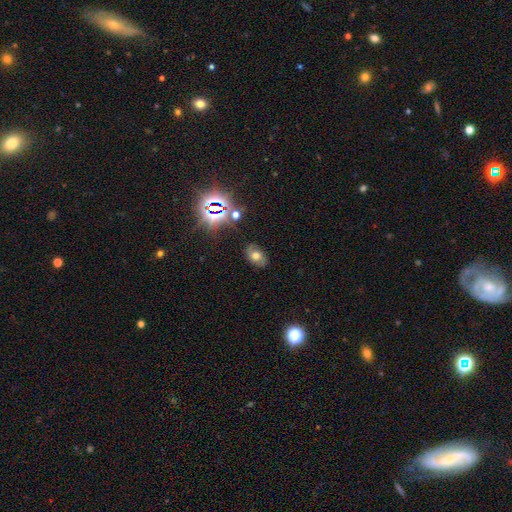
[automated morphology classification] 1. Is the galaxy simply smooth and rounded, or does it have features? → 48% smooth, 29% featured or disk, 23% star or artifact.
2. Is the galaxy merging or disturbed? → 79% none, 14% minor disturbance, 4% major disturbance, 2% merger.